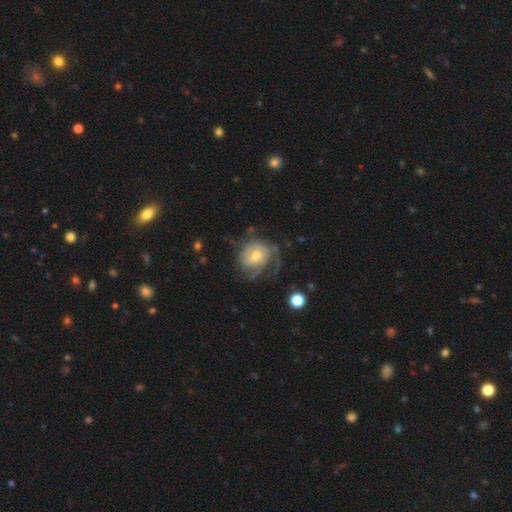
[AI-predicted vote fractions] Morphology: type=featured or disk (71%); edge-on=no (97%); bar=no (65%); spiral arms=yes (88%); winding=tight (44%); arm count=can't tell (30%); bulge=moderate (59%); merging=none (47%).